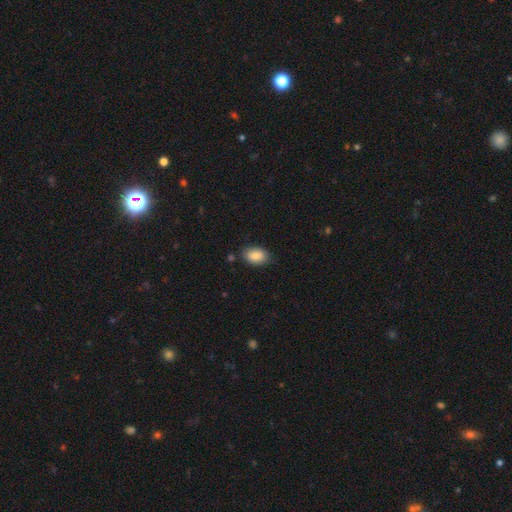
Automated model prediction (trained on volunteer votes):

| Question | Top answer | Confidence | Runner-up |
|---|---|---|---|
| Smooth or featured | smooth | 87% | star or artifact (7%) |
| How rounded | in between | 88% | round (11%) |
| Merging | none | 82% | minor disturbance (13%) |